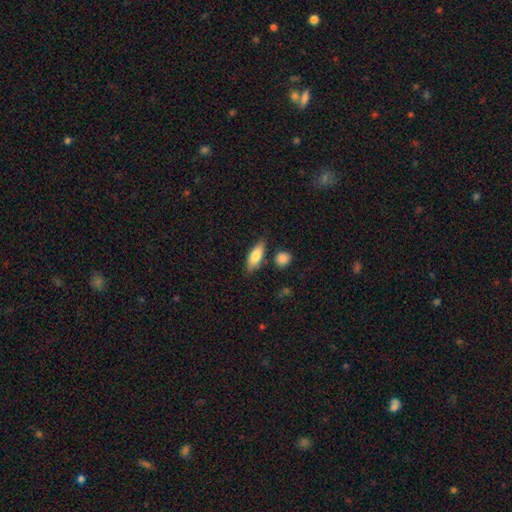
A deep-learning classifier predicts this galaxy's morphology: A smooth galaxy with no disk features (77%) that is in between round and cigar-shaped (70%).

Vote fractions:
- Smooth or featured? smooth: 77% / featured or disk: 16% / star or artifact: 6%
- How rounded? in between: 70% / cigar-shaped: 27% / round: 3%
- Merging? none: 77% / minor disturbance: 14% / merger: 7% / major disturbance: 3%